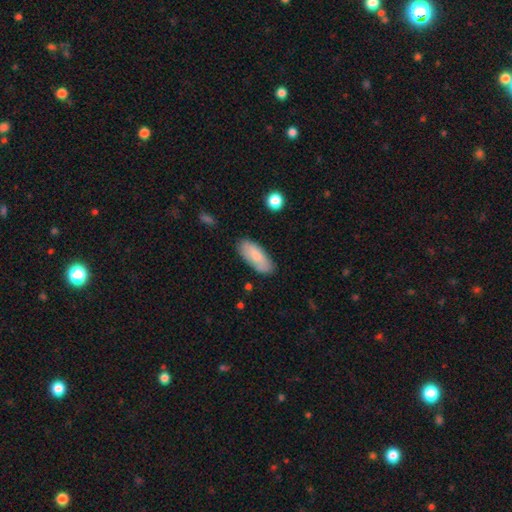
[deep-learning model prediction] smooth 81%, featured or disk 13%, star or artifact 6%. Down the decision tree: how rounded — in between (81%); merging — none (82%).